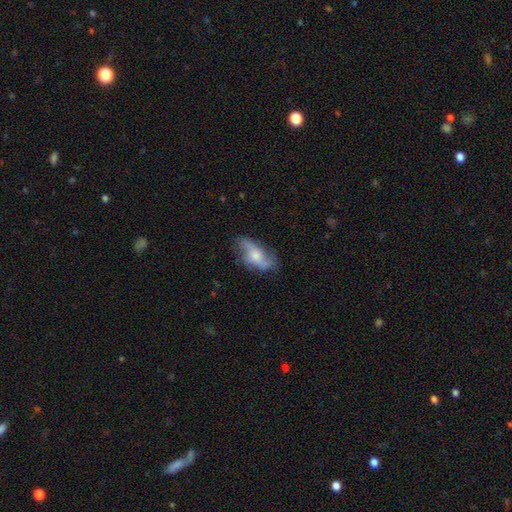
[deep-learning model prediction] This appears to be a featured or disk galaxy (49%). Merging: none (60%).